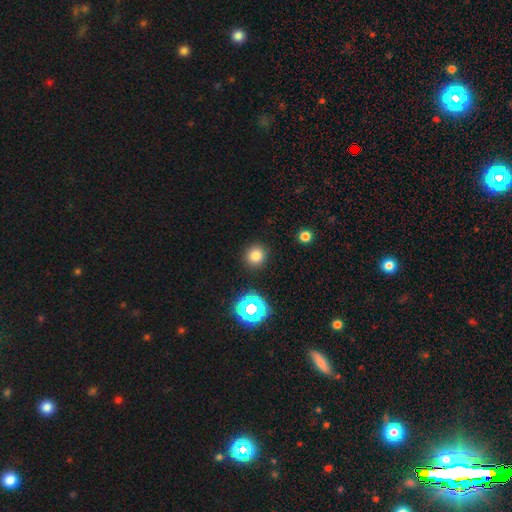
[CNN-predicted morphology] Smooth or featured? Predicted: smooth (p=0.77). How rounded? Predicted: round (p=0.93). Merging? Predicted: none (p=0.90).